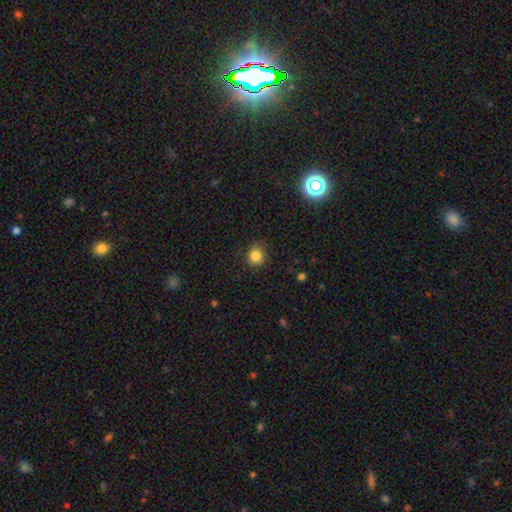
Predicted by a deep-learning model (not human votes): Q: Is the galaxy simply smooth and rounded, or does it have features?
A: smooth — 84%.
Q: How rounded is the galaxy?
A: round — 82%.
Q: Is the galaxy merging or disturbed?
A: none — 87%.